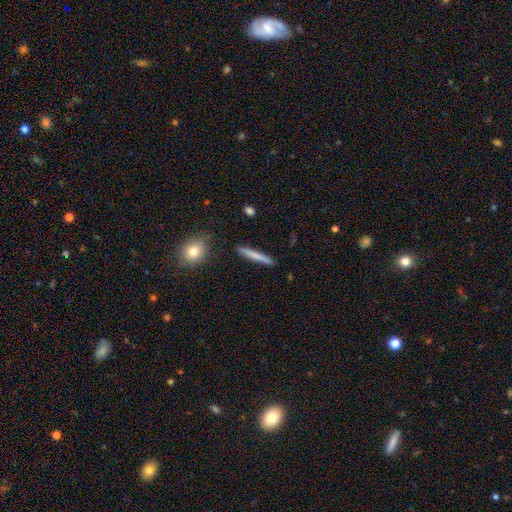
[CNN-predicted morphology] A smooth galaxy with no disk features (67%) that is cigar-shaped (94%). Merging: none (90%).